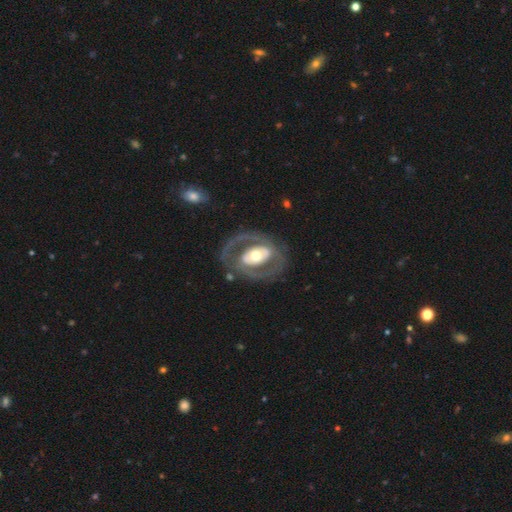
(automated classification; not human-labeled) Smooth or featured? Predicted: featured or disk (p=0.79). Edge-on disk? Predicted: no (p=0.95). Bar? Predicted: no (p=0.49). Spiral arms? Predicted: yes (p=0.59). Bulge size? Predicted: moderate (p=0.65). Merging? Predicted: none (p=0.72).